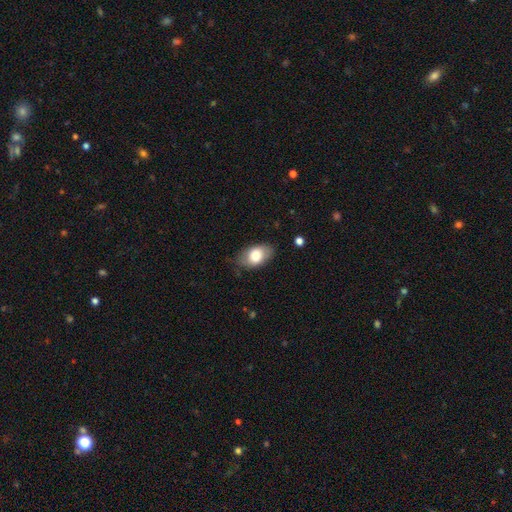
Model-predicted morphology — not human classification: type=smooth (76%); roundness=in between (90%); merging=none (78%).